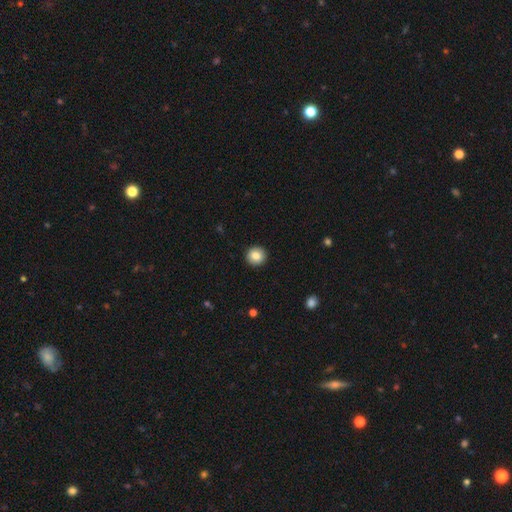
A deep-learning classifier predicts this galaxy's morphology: Q: Smooth or featured?
A: smooth (84%); runner-up: star or artifact (9%)
Q: How rounded?
A: round (93%); runner-up: in between (6%)
Q: Merging?
A: none (93%); runner-up: minor disturbance (5%)